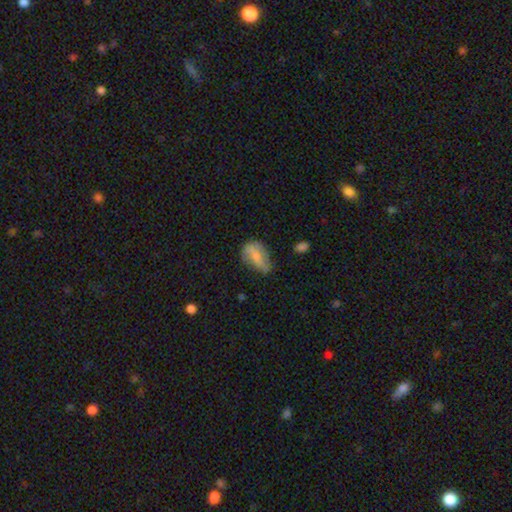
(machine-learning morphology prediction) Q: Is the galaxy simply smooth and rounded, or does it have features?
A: smooth — 60%.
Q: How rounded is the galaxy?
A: in between — 85%.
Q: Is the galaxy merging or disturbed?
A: none — 40%.